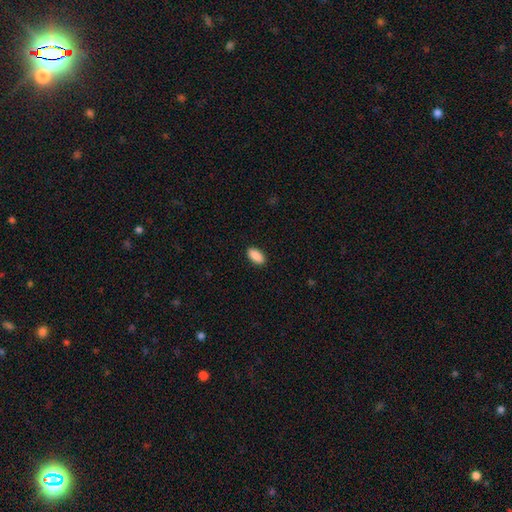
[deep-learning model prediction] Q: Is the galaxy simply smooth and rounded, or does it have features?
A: smooth — 91%.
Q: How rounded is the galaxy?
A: in between — 92%.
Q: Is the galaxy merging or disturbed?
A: none — 90%.